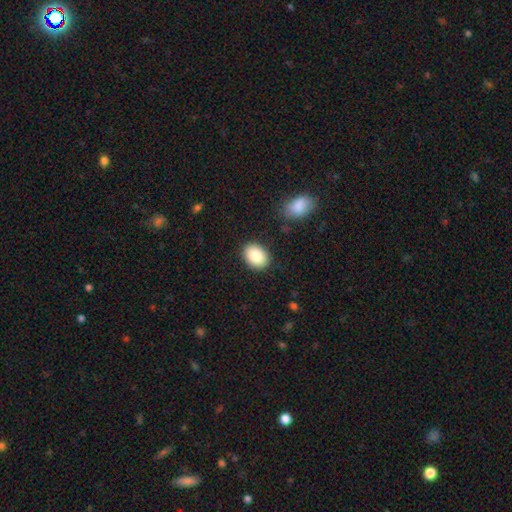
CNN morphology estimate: smooth_or_featured: smooth (p=0.87) [alt: star or artifact p=0.07]
how_rounded: in between (p=0.74) [alt: round p=0.25]
merging: none (p=0.87) [alt: minor disturbance p=0.09]